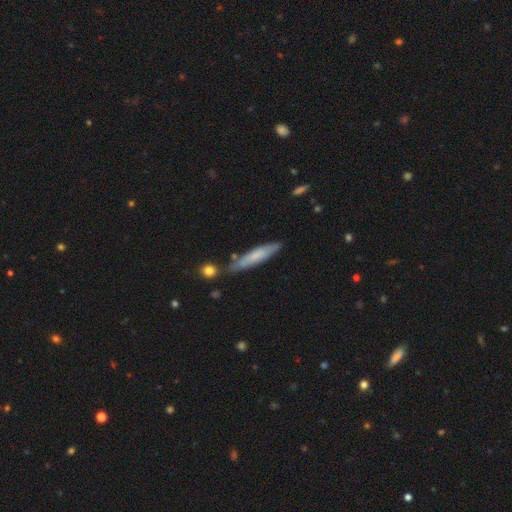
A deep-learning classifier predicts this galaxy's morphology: This appears to be a smooth galaxy with no disk features (64%) that is cigar-shaped (88%). Merging: none (75%).